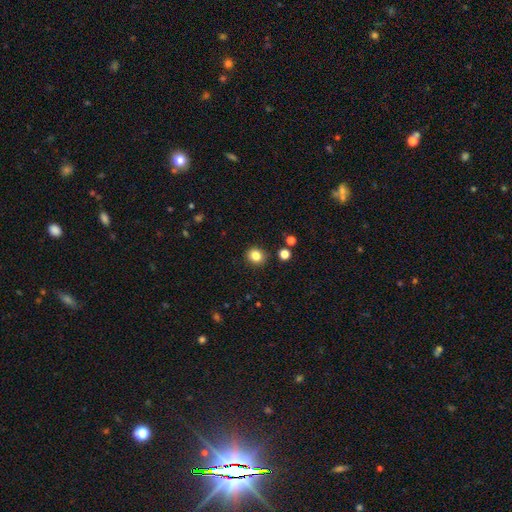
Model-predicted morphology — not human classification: The model was most divided on "how rounded": round: 82%, in between: 17%, cigar-shaped: 1%. More confident: merging — none (90%); smooth or featured — smooth (83%).